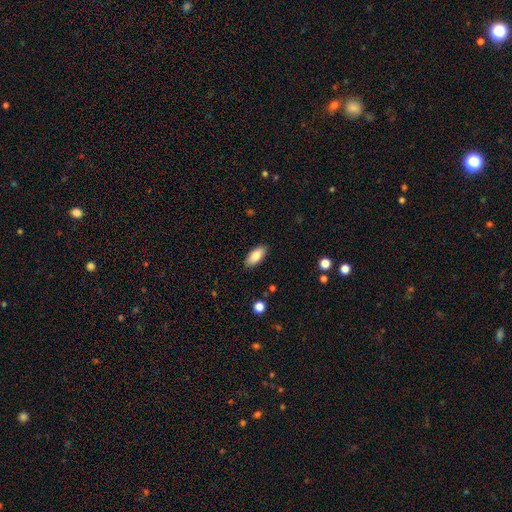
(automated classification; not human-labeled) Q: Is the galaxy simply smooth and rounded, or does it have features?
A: smooth — 84%.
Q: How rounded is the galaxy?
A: in between — 88%.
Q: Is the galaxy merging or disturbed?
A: none — 88%.